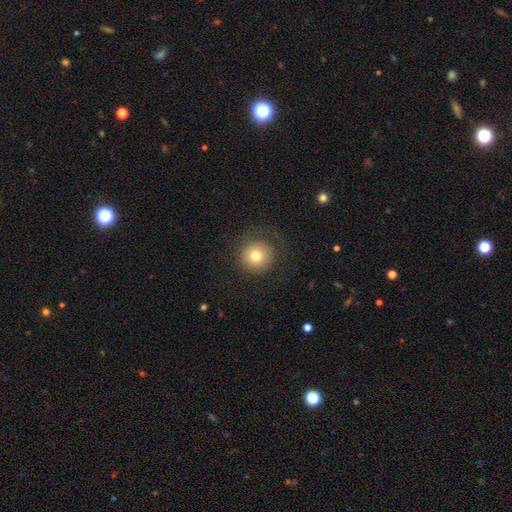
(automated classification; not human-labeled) smooth 76%, featured or disk 13%, star or artifact 11%. Down the decision tree: how rounded — round (95%); merging — none (82%).